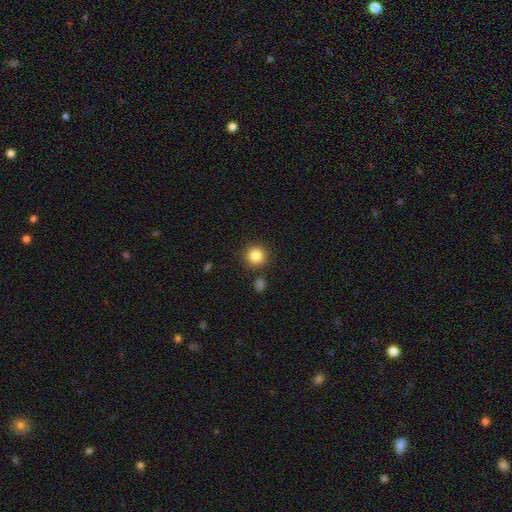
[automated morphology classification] Overall: smooth (85%). How rounded: round (93%). Merging: none (88%).